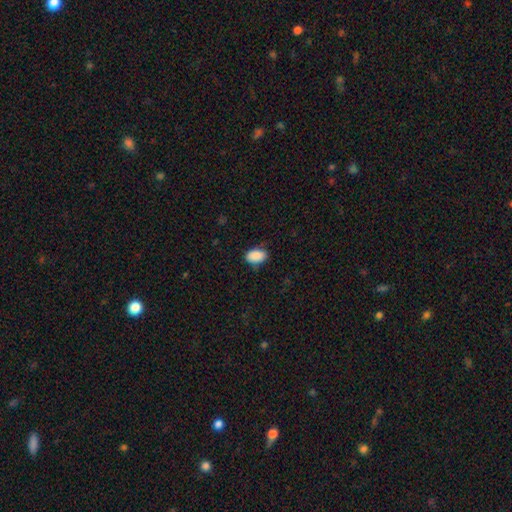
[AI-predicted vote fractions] A smooth galaxy with no disk features (89%) that is in between round and cigar-shaped (89%).

Vote fractions:
- Smooth or featured? smooth: 89% / star or artifact: 7% / featured or disk: 3%
- How rounded? in between: 89% / round: 10% / cigar-shaped: 1%
- Merging? none: 77% / minor disturbance: 18% / major disturbance: 3% / merger: 1%